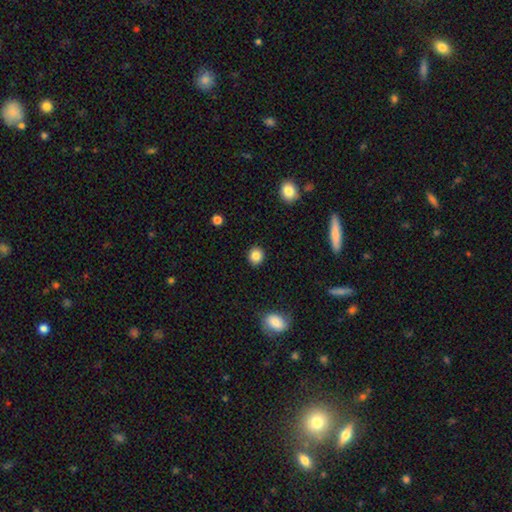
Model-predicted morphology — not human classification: Smooth or featured? smooth (85%)
How rounded? round (84%)
Merging? none (91%)